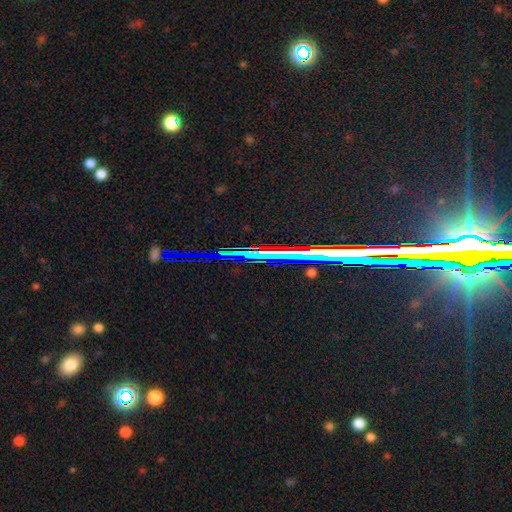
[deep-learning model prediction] This appears to be a star or artifact, not a galaxy (72%).